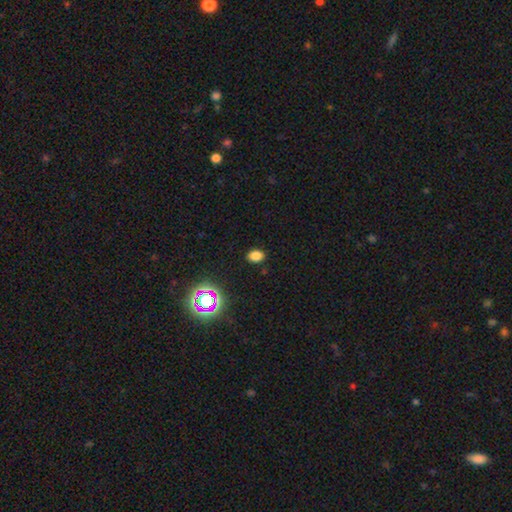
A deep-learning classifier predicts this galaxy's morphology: Smooth or featured: smooth — 78% (star or artifact — 17%)
How rounded: in between — 76% (round — 23%)
Merging: none — 88% (minor disturbance — 9%)